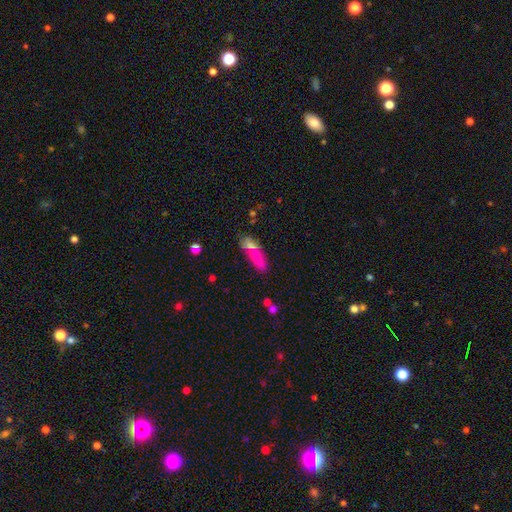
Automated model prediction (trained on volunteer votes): smooth-or-featured: smooth: 71% | featured or disk: 15% | star or artifact: 14%
  how-rounded: in between: 48% | cigar-shaped: 47% | round: 5%
  merging: none: 60% | merger: 19% | minor disturbance: 15% | major disturbance: 6%